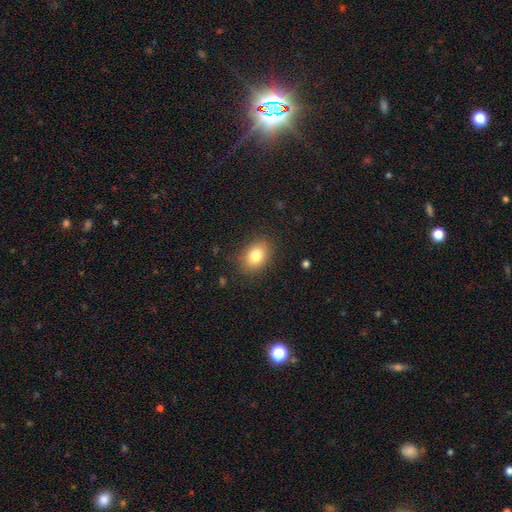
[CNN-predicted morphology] Smooth or featured?
  - smooth: 81% *
  - star or artifact: 9%
  - featured or disk: 9%
How rounded?
  - in between: 72% *
  - round: 27%
  - cigar-shaped: 1%
Merging?
  - none: 85% *
  - minor disturbance: 11%
  - major disturbance: 3%
  - merger: 1%